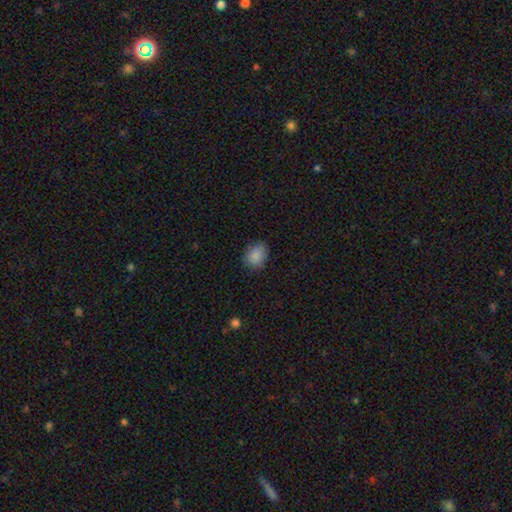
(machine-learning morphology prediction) type=smooth (87%); roundness=in between (51%); merging=none (79%).